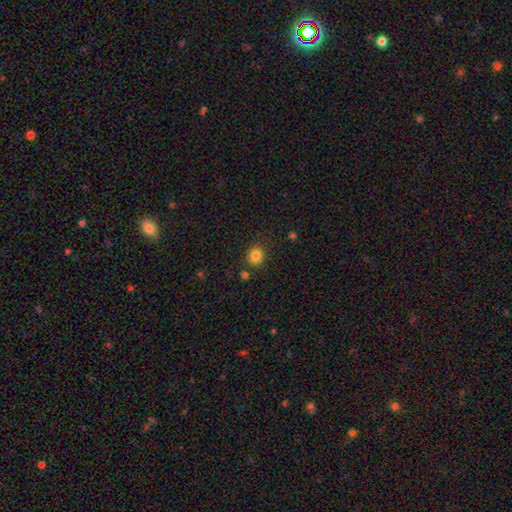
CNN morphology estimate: type=smooth (84%); roundness=round (76%); merging=none (83%).